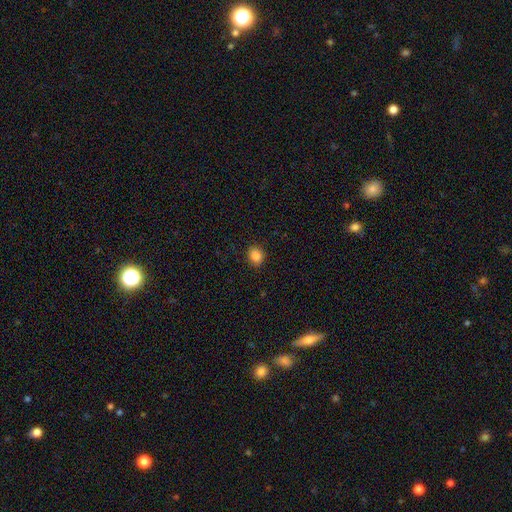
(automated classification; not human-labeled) Smooth or featured? Predicted: smooth (p=0.86). How rounded? Predicted: round (p=0.57). Merging? Predicted: none (p=0.89).